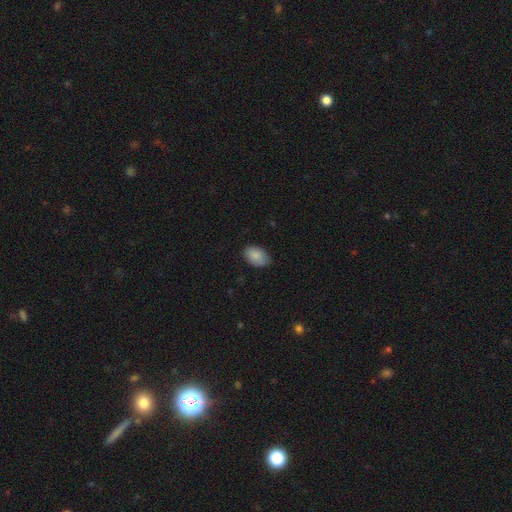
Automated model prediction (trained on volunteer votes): A smooth galaxy with no disk features (87%) that is in between round and cigar-shaped (90%).

Vote fractions:
- Smooth or featured? smooth: 87% / star or artifact: 7% / featured or disk: 6%
- How rounded? in between: 90% / round: 9% / cigar-shaped: 1%
- Merging? none: 77% / minor disturbance: 19% / major disturbance: 3% / merger: 1%